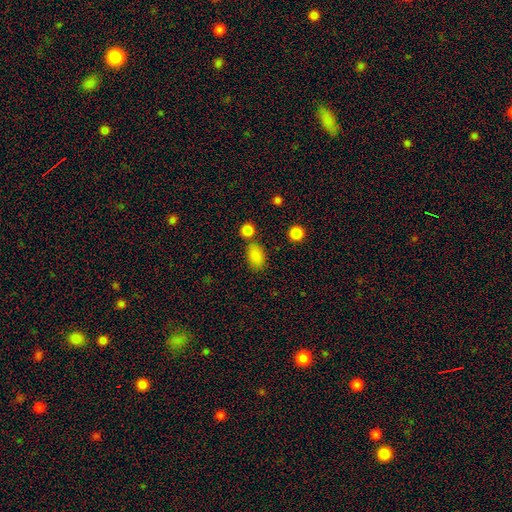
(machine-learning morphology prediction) Smooth or featured? Predicted: smooth (p=0.84). How rounded? Predicted: in between (p=0.86). Merging? Predicted: none (p=0.71).